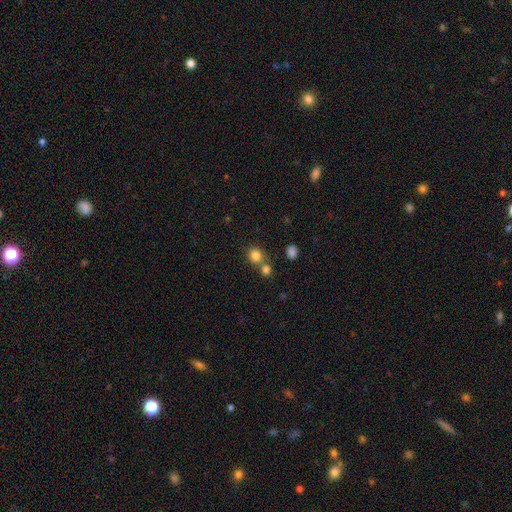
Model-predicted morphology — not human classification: A smooth galaxy with no disk features (82%) that is round (79%). Merging: none (57%).